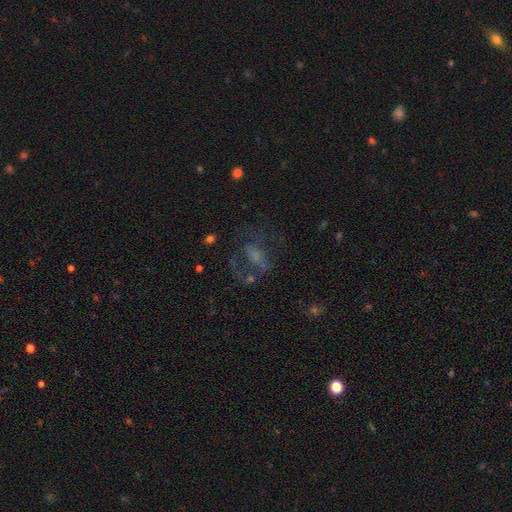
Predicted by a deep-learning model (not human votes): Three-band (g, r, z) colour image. It shows a featured or disk galaxy (50%). Merging: none (45%).